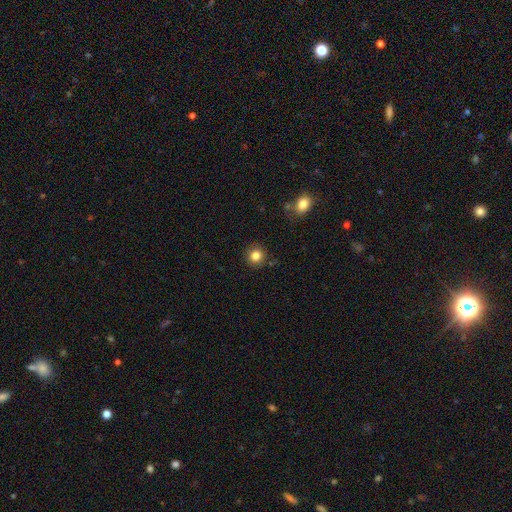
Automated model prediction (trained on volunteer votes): Q: Smooth or featured?
A: smooth (83%); runner-up: star or artifact (11%)
Q: How rounded?
A: round (93%); runner-up: in between (7%)
Q: Merging?
A: none (88%); runner-up: minor disturbance (8%)